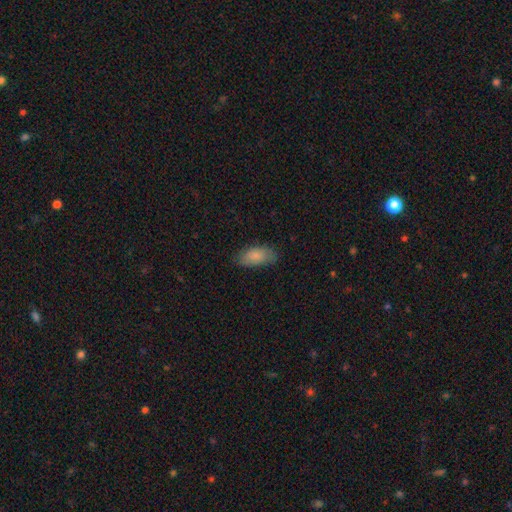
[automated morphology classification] smooth-or-featured: smooth: 84% | featured or disk: 10% | star or artifact: 6%
  how-rounded: in between: 90% | cigar-shaped: 8% | round: 3%
  merging: none: 76% | minor disturbance: 19% | major disturbance: 4% | merger: 1%